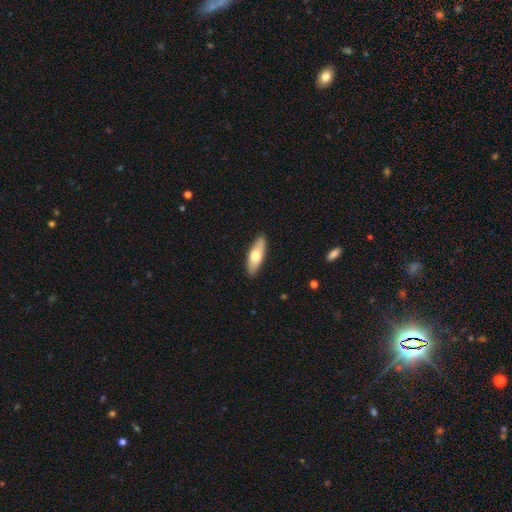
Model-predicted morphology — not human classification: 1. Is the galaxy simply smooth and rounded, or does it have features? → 64% smooth, 30% featured or disk, 5% star or artifact.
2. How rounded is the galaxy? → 55% in between, 43% cigar-shaped, 2% round.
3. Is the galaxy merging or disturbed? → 89% none, 8% minor disturbance, 2% major disturbance, 1% merger.